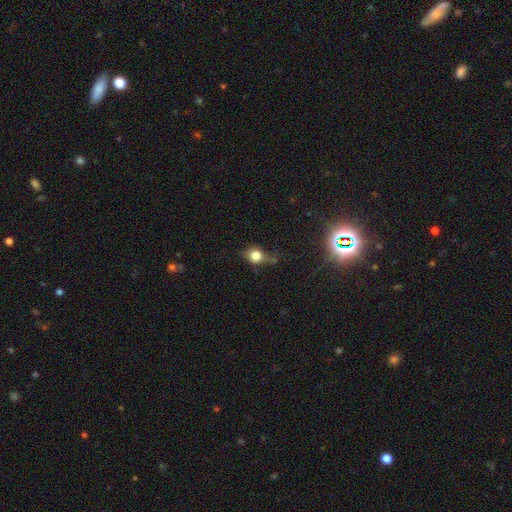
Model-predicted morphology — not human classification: This is likely a smooth galaxy (68%). How rounded: likely round (65%). Merging: possibly none (53%).